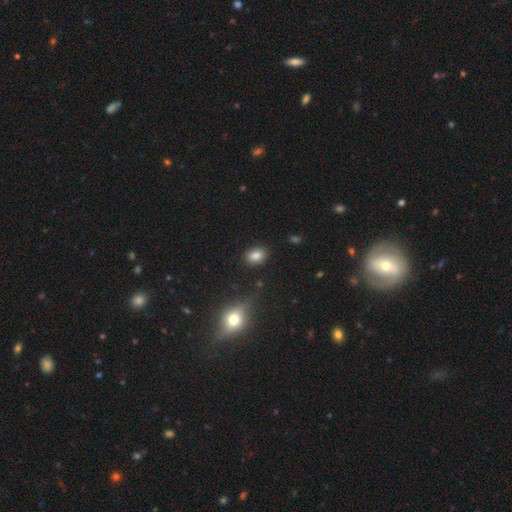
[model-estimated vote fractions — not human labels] Smooth or featured: smooth — 83% (star or artifact — 10%)
How rounded: in between — 71% (round — 28%)
Merging: none — 86% (minor disturbance — 9%)